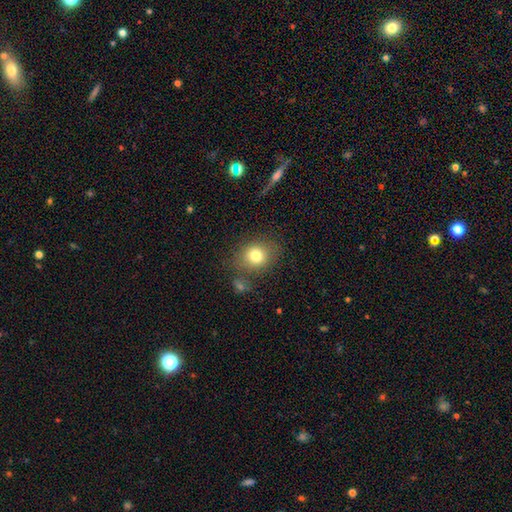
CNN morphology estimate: Smooth or featured? smooth (77%)
How rounded? round (60%)
Merging? none (72%)